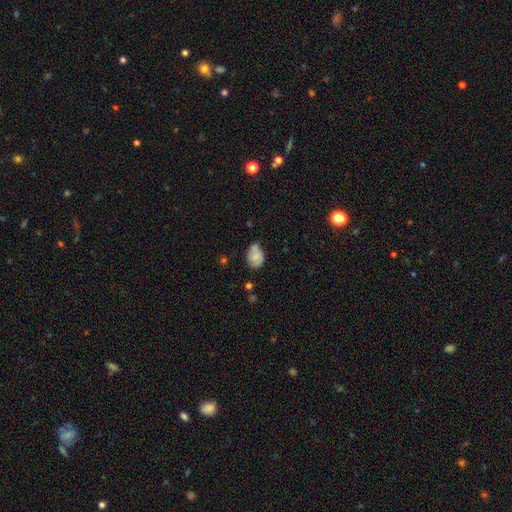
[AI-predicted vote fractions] This is likely a smooth galaxy (67%). How rounded: likely in between (72%). Merging: possibly none (45%).